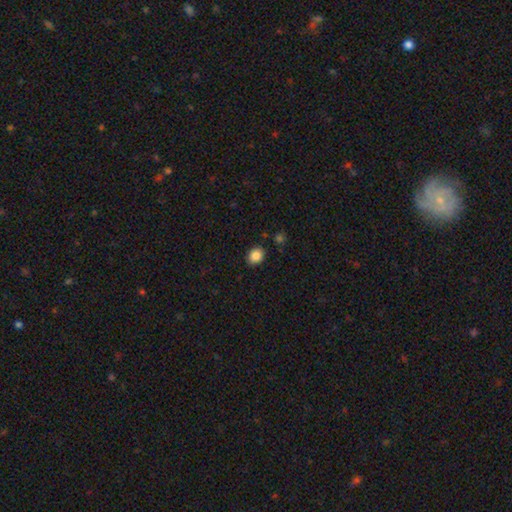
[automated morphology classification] This appears to be a smooth galaxy with no disk features (87%) that is in between round and cigar-shaped (53%). Merging: none (87%).